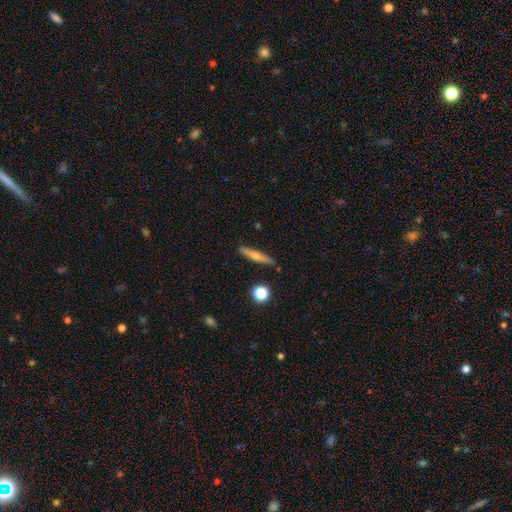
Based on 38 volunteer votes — Smooth or featured?
  - featured or disk: 50% *
  - smooth: 45%
  - star or artifact: 5%
Edge-on disk?
  - yes: 95% *
  - no: 5%
Edge-on bulge?
  - rounded: 89% *
  - boxy: 6%
  - none: 6%
Merging?
  - none: 92% *
  - minor disturbance: 8%
  - major disturbance: 0%
  - merger: 0%